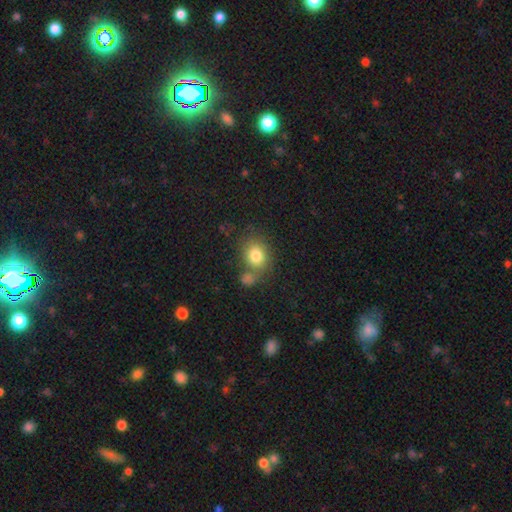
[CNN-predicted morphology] smooth_or_featured: smooth (p=0.79) [alt: featured or disk p=0.11]
how_rounded: round (p=0.60) [alt: in between p=0.39]
merging: none (p=0.52) [alt: merger p=0.27]